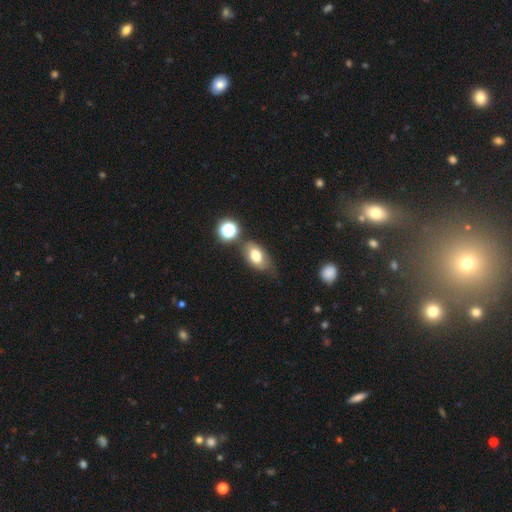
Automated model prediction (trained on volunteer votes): This is likely a smooth galaxy (70%). How rounded: clearly in between (85%). Merging: possibly none (59%).